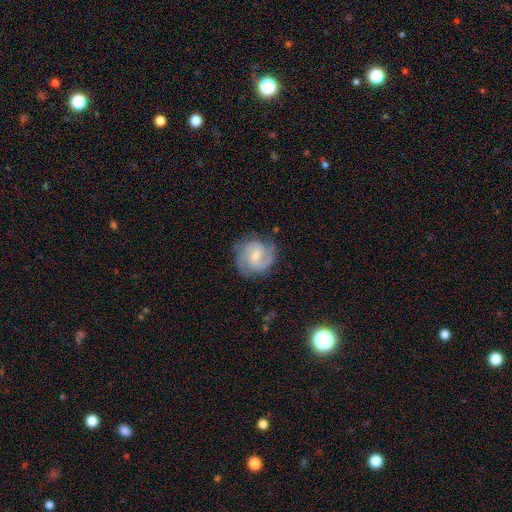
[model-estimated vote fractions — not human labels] smooth-or-featured: featured or disk: 82% | smooth: 13% | star or artifact: 5%
  disk-edge-on: no: 98% | yes: 2%
    bar: weak: 50% | no: 40% | strong: 10%
    has-spiral-arms: yes: 96% | no: 4%
      spiral-winding: medium: 45% (tied) | tight: 45% (tied) | loose: 10%
      spiral-arm-count: 2: 65% | 3: 17% | can't tell: 10% | 1: 3% | 4: 3% | more than 4: 2%
    bulge-size: small: 48% | moderate: 47% | none: 2% | large: 2% | dominant: 1%
  merging: none: 77% | minor disturbance: 16% | major disturbance: 5% | merger: 1%